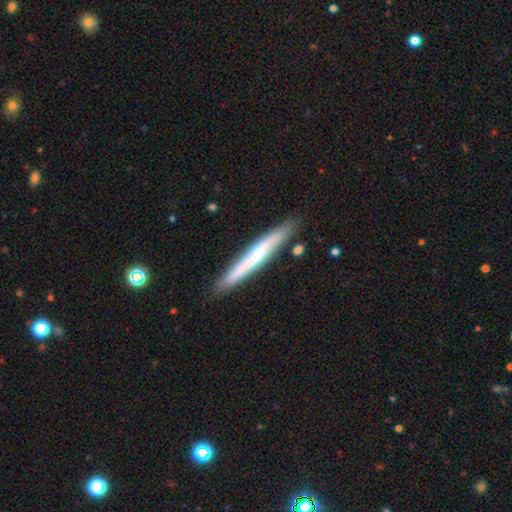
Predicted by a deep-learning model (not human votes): Overall: featured or disk (53%; smooth 41%). Edge-on disk: yes (85%). Merging: none (84%).